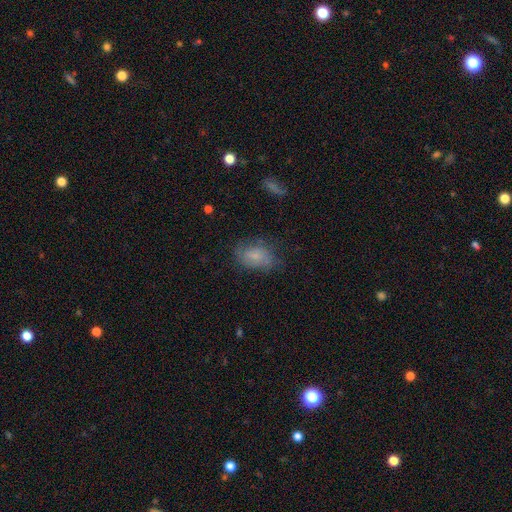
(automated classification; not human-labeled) Morphology: type=smooth (70%); roundness=in between (85%); merging=none (63%).